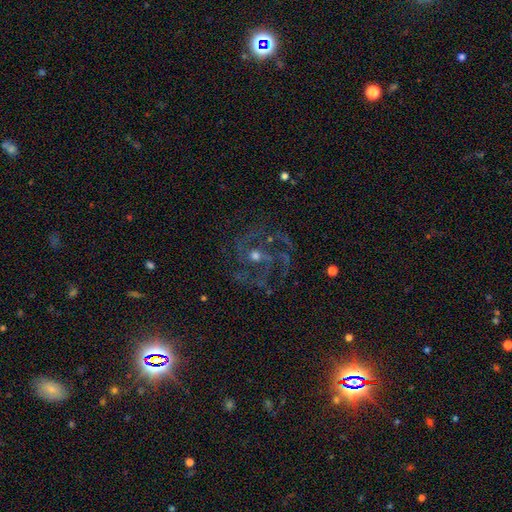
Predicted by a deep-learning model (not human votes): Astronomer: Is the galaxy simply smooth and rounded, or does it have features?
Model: featured or disk — 82%.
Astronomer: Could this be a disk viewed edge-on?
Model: no — 98%.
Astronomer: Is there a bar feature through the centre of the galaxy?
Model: no — 63%.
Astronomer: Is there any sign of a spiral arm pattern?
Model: yes — 93%.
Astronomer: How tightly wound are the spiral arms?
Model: medium — 53% (runner-up: tight, 31%).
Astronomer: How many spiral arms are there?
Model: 3 — 38% (runner-up: 2, 22%).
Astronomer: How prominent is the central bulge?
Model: moderate — 57% (runner-up: small, 36%).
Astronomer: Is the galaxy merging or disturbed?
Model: none — 68%.